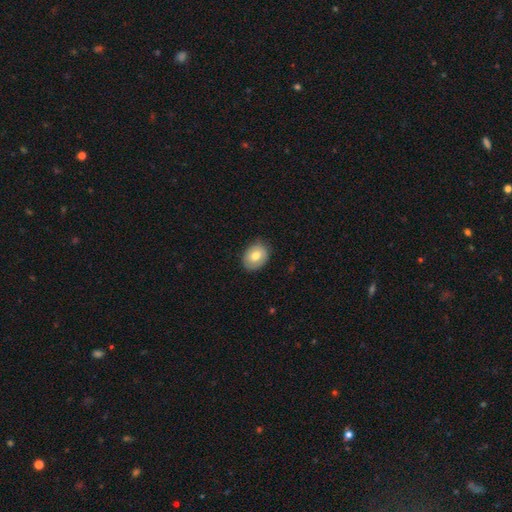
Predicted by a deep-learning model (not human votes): A smooth galaxy with no disk features (71%) that is in between round and cigar-shaped (58%). Merging: none (82%).